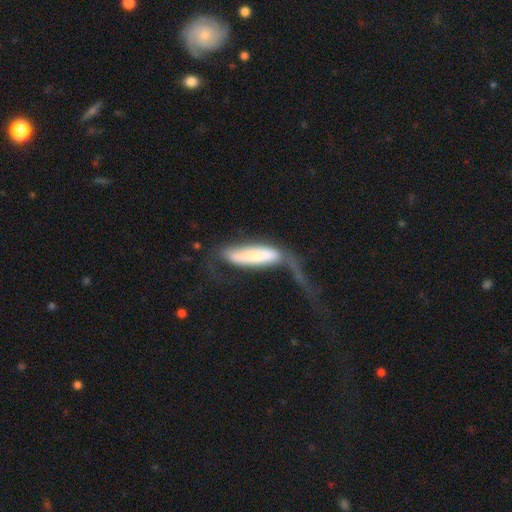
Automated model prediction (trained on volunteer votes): A smooth galaxy with no disk features (62%) that is cigar-shaped (64%).

Vote fractions:
- Smooth or featured? smooth: 62% / featured or disk: 32% / star or artifact: 6%
- How rounded? cigar-shaped: 64% / in between: 34% / round: 2%
- Merging? major disturbance: 55% / none: 18% / minor disturbance: 18% / merger: 9%